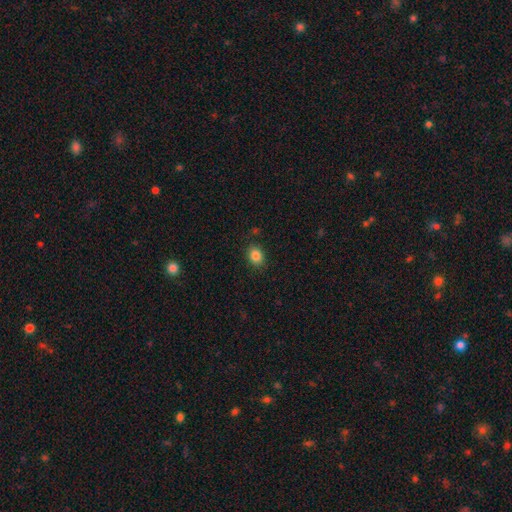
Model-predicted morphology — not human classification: The model was most divided on "how rounded": in between: 53%, round: 46%, cigar-shaped: 1%. More confident: merging — none (87%); smooth or featured — smooth (84%).